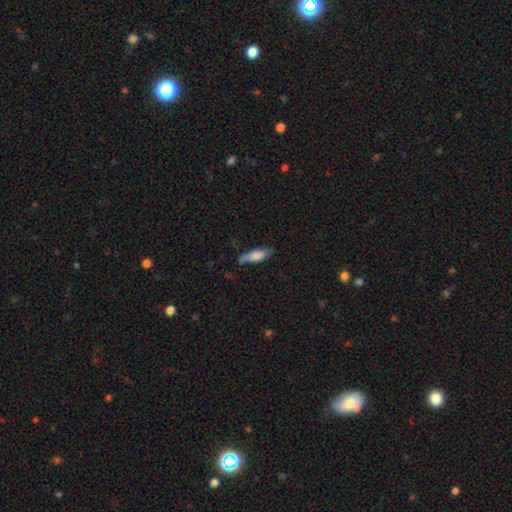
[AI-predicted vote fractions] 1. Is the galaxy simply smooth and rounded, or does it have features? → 72% smooth, 22% featured or disk, 6% star or artifact.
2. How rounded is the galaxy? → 50% cigar-shaped, 48% in between, 2% round.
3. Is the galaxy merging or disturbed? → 68% none, 25% minor disturbance, 5% major disturbance, 2% merger.